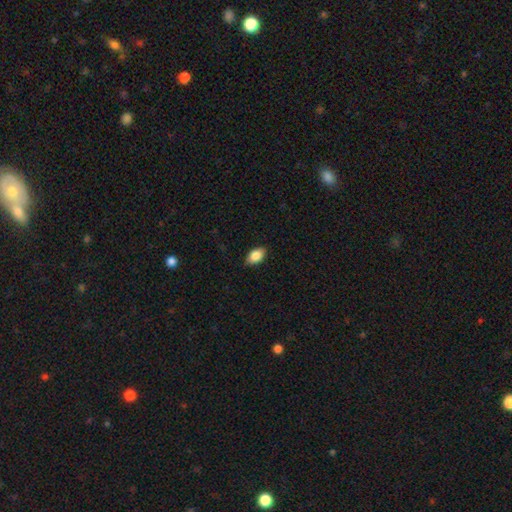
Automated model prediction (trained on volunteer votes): Smooth or featured? smooth (87%)
How rounded? in between (91%)
Merging? none (88%)